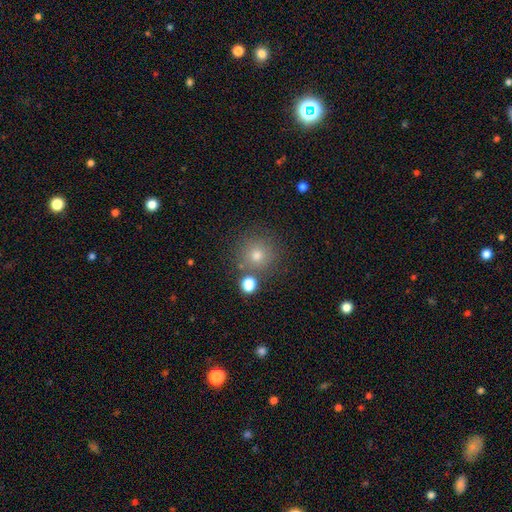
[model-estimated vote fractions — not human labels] smooth_or_featured: smooth (p=0.71) [alt: star or artifact p=0.20]
how_rounded: round (p=0.94) [alt: in between p=0.05]
merging: none (p=0.82) [alt: merger p=0.08]